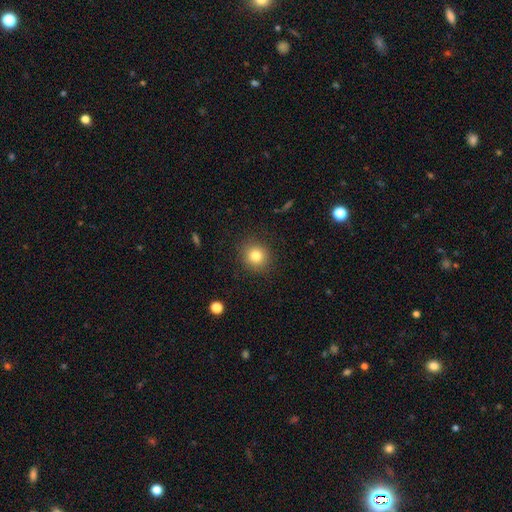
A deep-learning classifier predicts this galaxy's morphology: Smooth or featured: smooth — 80% (star or artifact — 12%)
How rounded: round — 87% (in between — 12%)
Merging: none — 89% (minor disturbance — 7%)